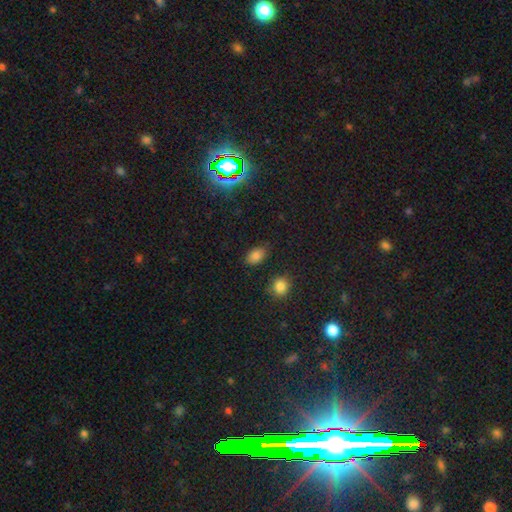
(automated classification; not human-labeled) smooth-or-featured: smooth: 82% | star or artifact: 12% | featured or disk: 6%
  how-rounded: in between: 86% | round: 12% | cigar-shaped: 2%
  merging: none: 82% | minor disturbance: 13% | major disturbance: 3% | merger: 2%